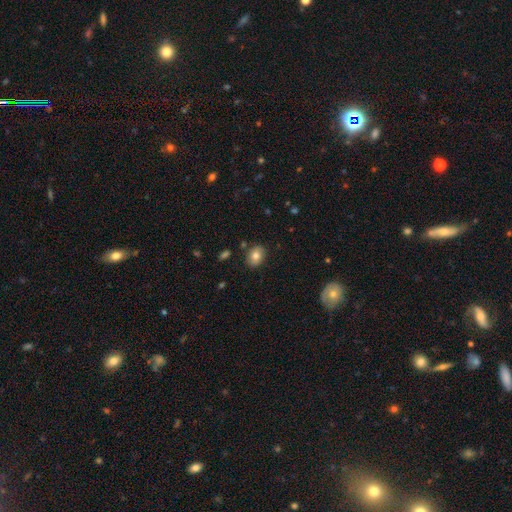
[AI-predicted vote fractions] Morphology: type=smooth (76%); roundness=in between (65%); merging=none (85%).